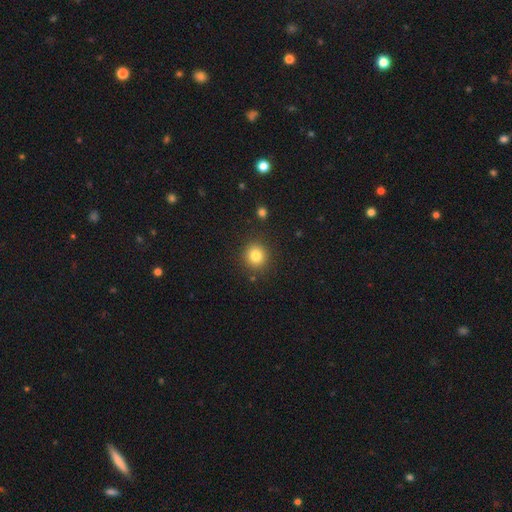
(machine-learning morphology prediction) A smooth galaxy with no disk features (82%) that is round (89%). Merging: none (88%).